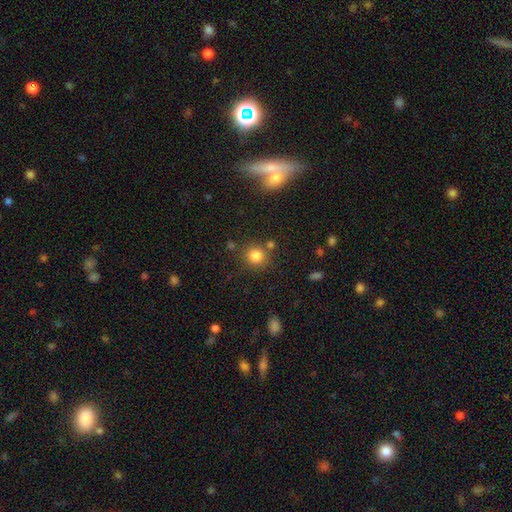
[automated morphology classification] Smooth or featured? Predicted: smooth (p=0.82). How rounded? Predicted: round (p=0.90). Merging? Predicted: none (p=0.78).